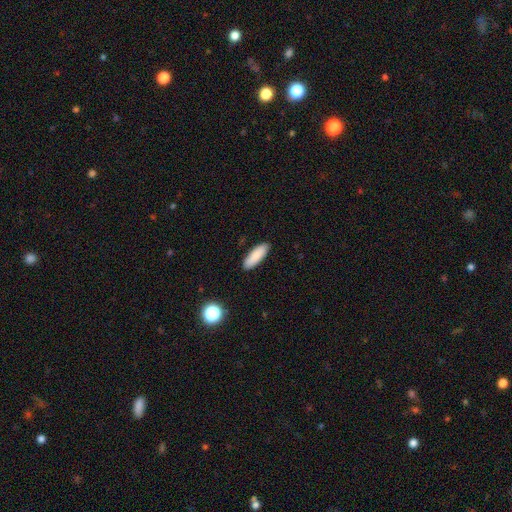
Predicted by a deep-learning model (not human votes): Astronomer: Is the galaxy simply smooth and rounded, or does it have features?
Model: smooth — 88%.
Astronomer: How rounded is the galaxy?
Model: in between — 58% (runner-up: cigar-shaped, 41%).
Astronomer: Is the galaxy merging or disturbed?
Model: none — 90%.